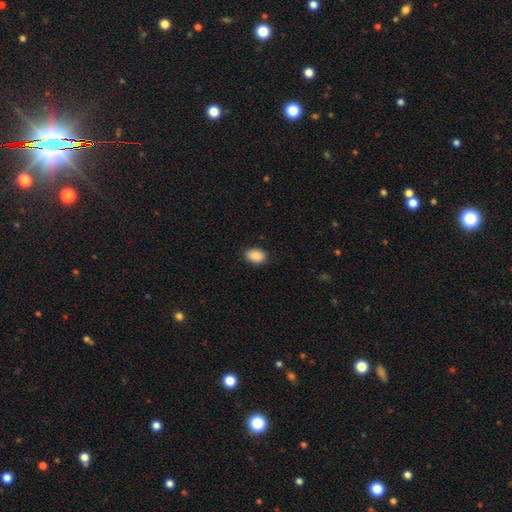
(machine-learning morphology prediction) smooth-or-featured: smooth: 90% | star or artifact: 7% | featured or disk: 3%
  how-rounded: in between: 77% | round: 22% | cigar-shaped: 1%
  merging: none: 86% | minor disturbance: 11% | major disturbance: 2% | merger: 1%